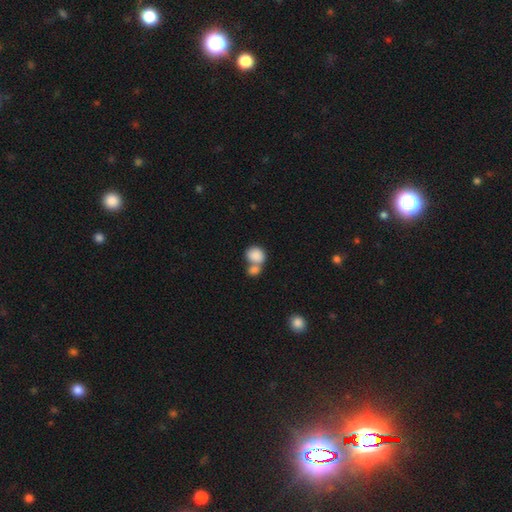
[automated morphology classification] Overall: smooth (85%). How rounded: round (57%; in between 42%). Merging: merger (59%; none 29%).